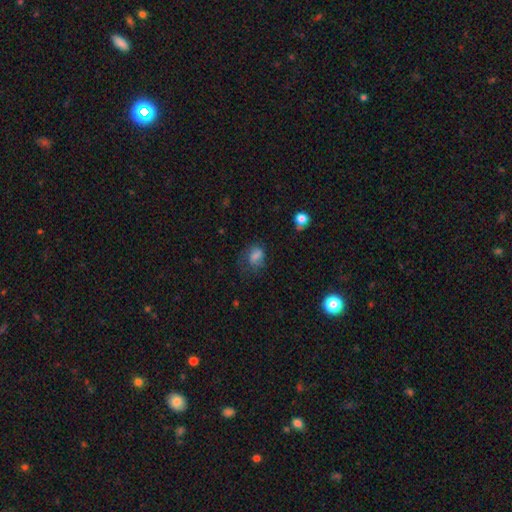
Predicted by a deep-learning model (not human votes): A smooth galaxy with no disk features (69%) that is in between round and cigar-shaped (66%). Merging: none (44%).